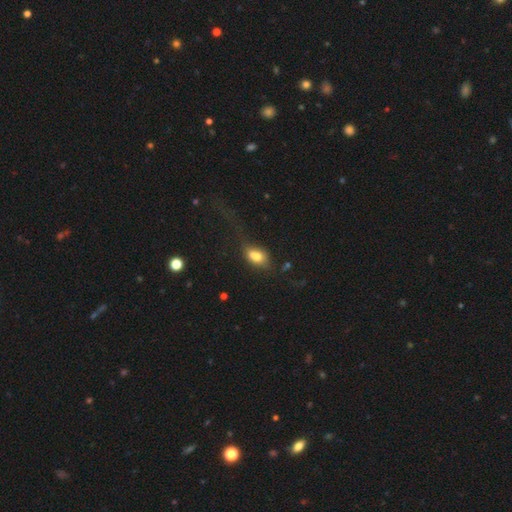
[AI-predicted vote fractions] A smooth galaxy with no disk features (75%) that is in between round and cigar-shaped (82%). Merging: none (35%).